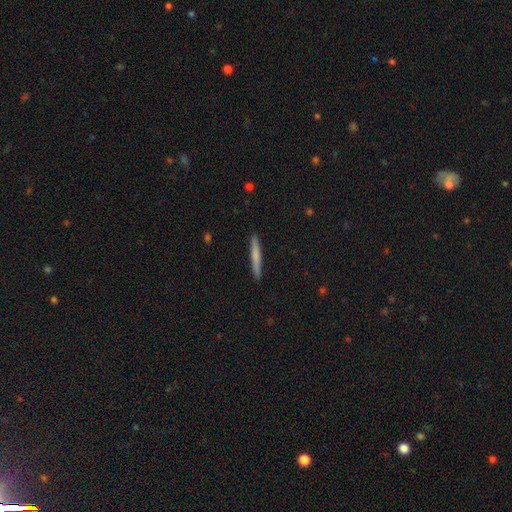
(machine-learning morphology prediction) Smooth or featured?
  - smooth: 67% *
  - featured or disk: 27%
  - star or artifact: 5%
How rounded?
  - cigar-shaped: 96% *
  - in between: 3%
  - round: 1%
Merging?
  - none: 92% *
  - minor disturbance: 6%
  - major disturbance: 1%
  - merger: 1%